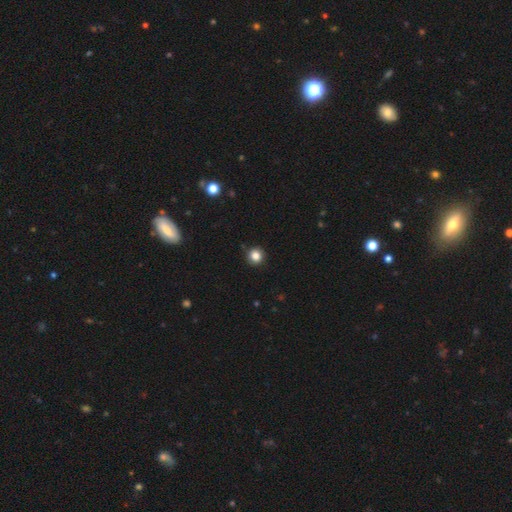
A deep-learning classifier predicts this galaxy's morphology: Smooth or featured? Predicted: smooth (p=0.83). How rounded? Predicted: round (p=0.94). Merging? Predicted: none (p=0.91).